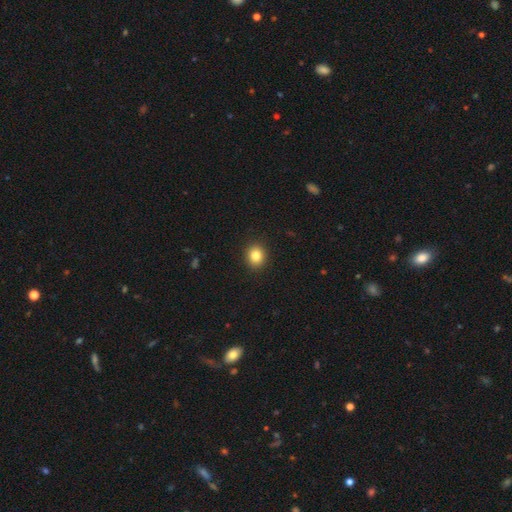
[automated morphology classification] smooth-or-featured: smooth: 83% | star or artifact: 10% | featured or disk: 6%
  how-rounded: round: 76% | in between: 23% | cigar-shaped: 1%
  merging: none: 92% | minor disturbance: 5% | major disturbance: 2% | merger: 1%